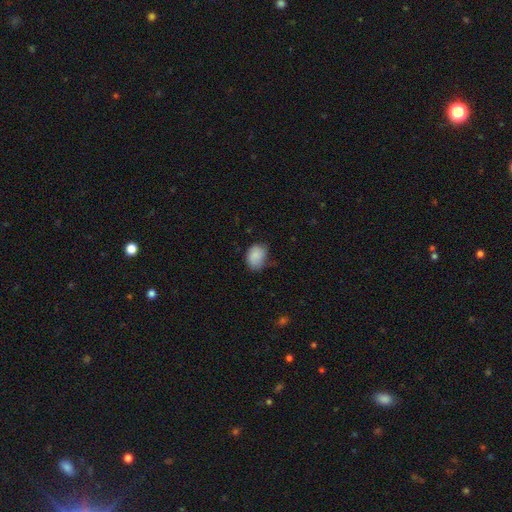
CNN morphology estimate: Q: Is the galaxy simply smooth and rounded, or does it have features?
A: smooth — 86%.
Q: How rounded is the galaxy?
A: in between — 70%.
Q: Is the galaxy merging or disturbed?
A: none — 58%.